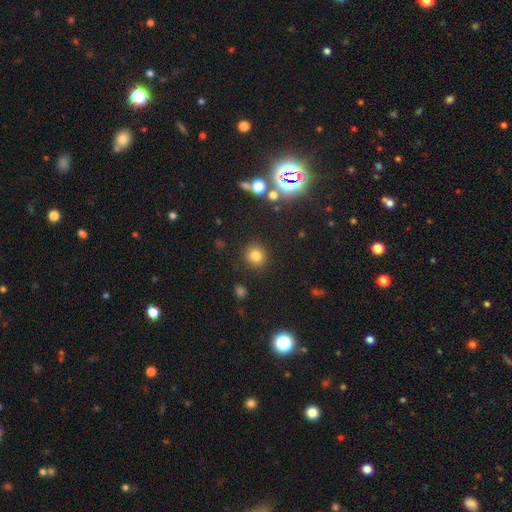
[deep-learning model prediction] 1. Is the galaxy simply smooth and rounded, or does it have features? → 78% smooth, 15% star or artifact, 6% featured or disk.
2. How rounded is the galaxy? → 91% round, 8% in between, 1% cigar-shaped.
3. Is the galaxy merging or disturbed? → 88% none, 7% minor disturbance, 3% major disturbance, 2% merger.